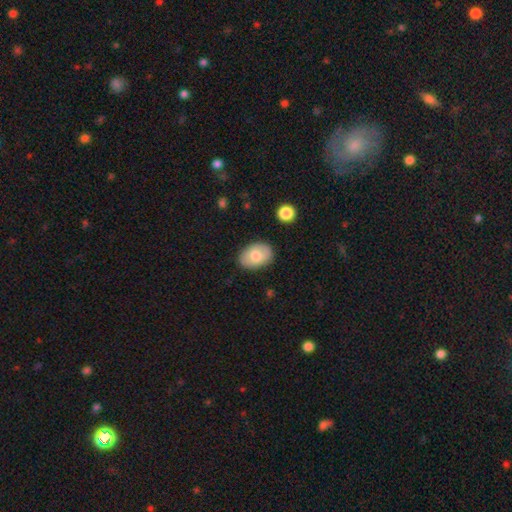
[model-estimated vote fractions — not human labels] smooth_or_featured: smooth (p=0.73) [alt: featured or disk p=0.21]
how_rounded: in between (p=0.85) [alt: round p=0.14]
merging: none (p=0.84) [alt: minor disturbance p=0.12]